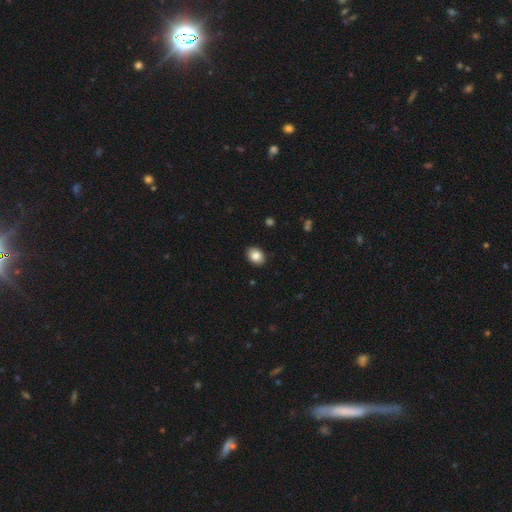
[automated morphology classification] Overall: smooth (85%). How rounded: in between (66%; round 33%). Merging: none (90%).